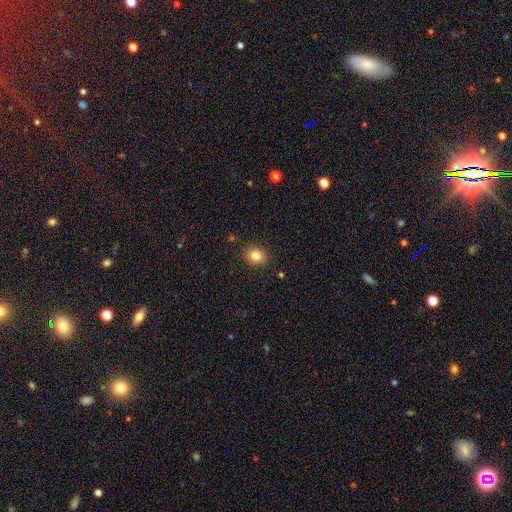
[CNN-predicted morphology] A smooth galaxy with no disk features (82%) that is round (64%). Merging: none (88%).